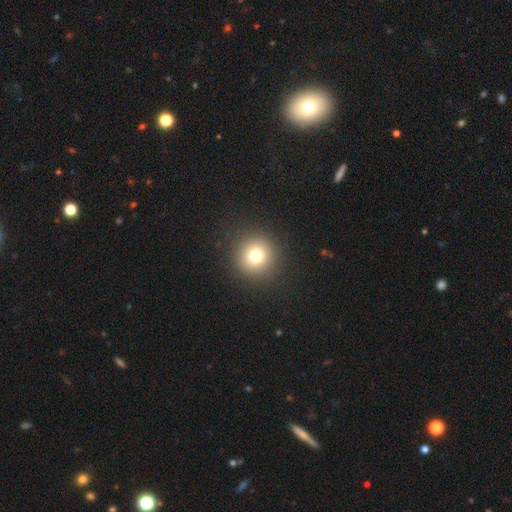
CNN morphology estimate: Q: Smooth or featured?
A: smooth (75%); runner-up: star or artifact (15%)
Q: How rounded?
A: round (95%); runner-up: in between (4%)
Q: Merging?
A: none (92%); runner-up: minor disturbance (5%)